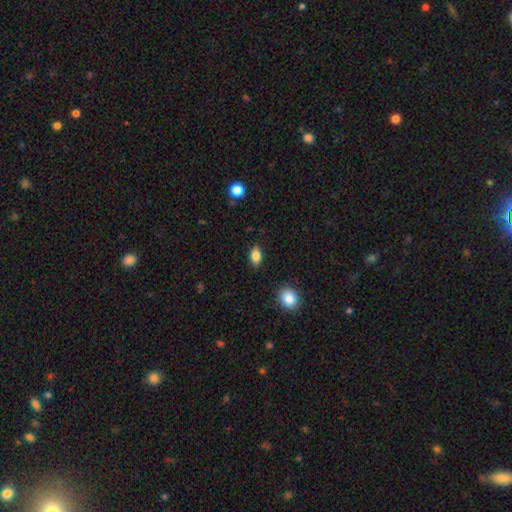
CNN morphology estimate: A smooth galaxy with no disk features (83%) that is in between round and cigar-shaped (88%). Merging: none (87%).